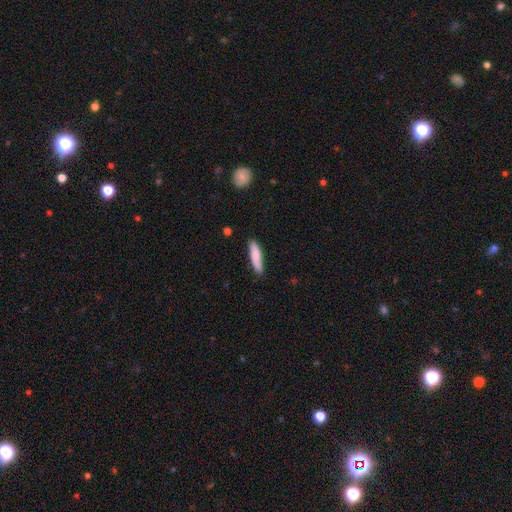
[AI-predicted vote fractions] This appears to be a smooth galaxy with no disk features (79%) that is cigar-shaped (78%). Merging: none (84%).